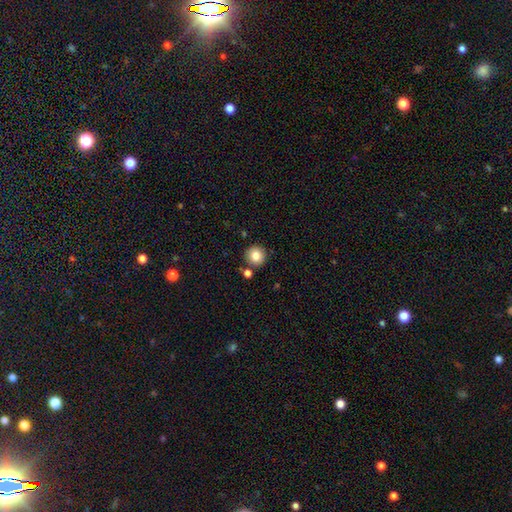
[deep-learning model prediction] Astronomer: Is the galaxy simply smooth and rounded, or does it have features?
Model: smooth — 83%.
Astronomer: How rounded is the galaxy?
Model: round — 94%.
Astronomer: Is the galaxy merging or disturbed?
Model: none — 84%.